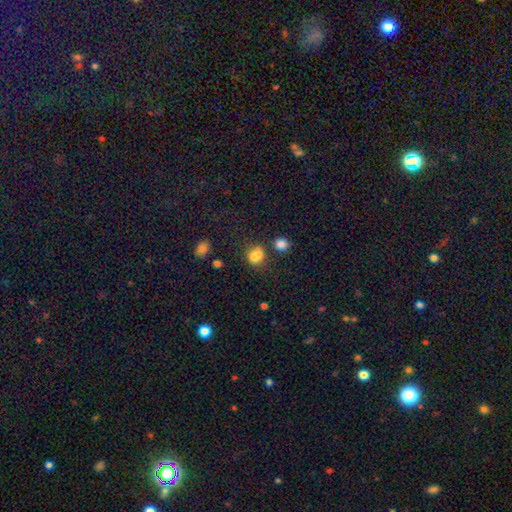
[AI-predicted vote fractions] Smooth or featured?
  - smooth: 77% *
  - star or artifact: 14%
  - featured or disk: 9%
How rounded?
  - round: 52% *
  - in between: 46%
  - cigar-shaped: 2%
Merging?
  - none: 48% *
  - merger: 28%
  - minor disturbance: 16%
  - major disturbance: 8%